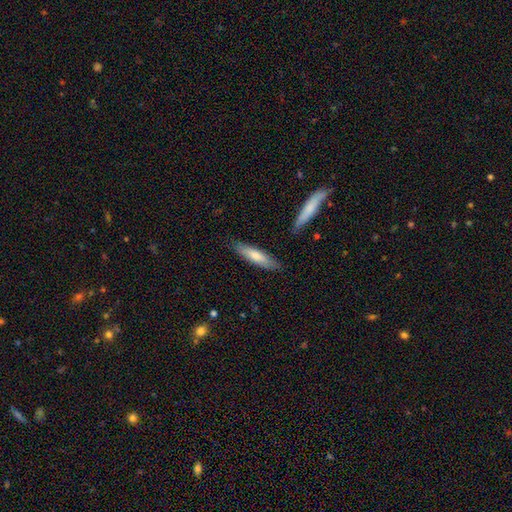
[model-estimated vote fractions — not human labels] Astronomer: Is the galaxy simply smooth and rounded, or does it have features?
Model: smooth — 71%.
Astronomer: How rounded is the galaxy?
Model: cigar-shaped — 77%.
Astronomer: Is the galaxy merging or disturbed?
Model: none — 85%.